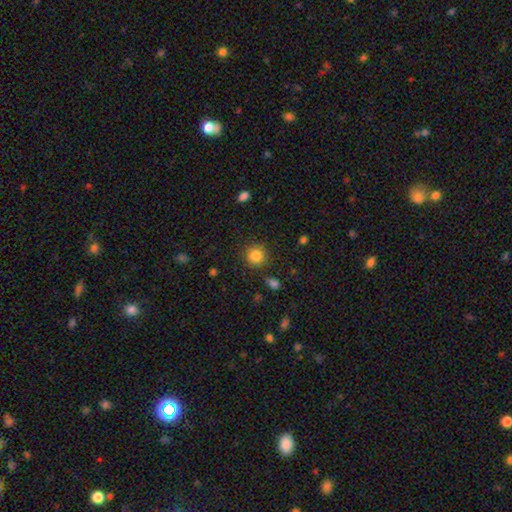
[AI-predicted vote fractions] Smooth or featured?
  - smooth: 84% *
  - star or artifact: 11%
  - featured or disk: 5%
How rounded?
  - round: 92% *
  - in between: 7%
  - cigar-shaped: 1%
Merging?
  - none: 86% *
  - minor disturbance: 9%
  - major disturbance: 3%
  - merger: 2%